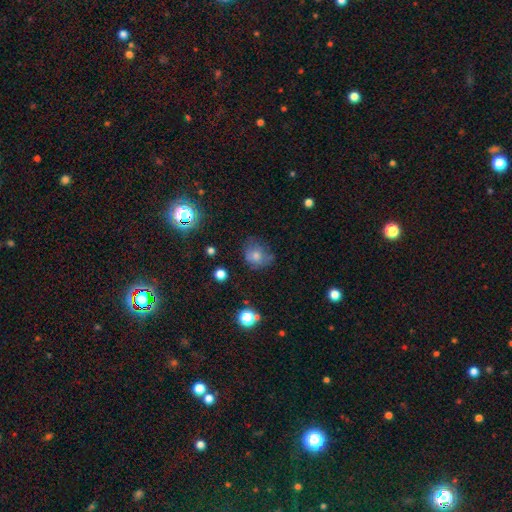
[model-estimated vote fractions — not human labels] This appears to be a smooth galaxy with no disk features (70%) that is round (67%). Merging: none (49%).